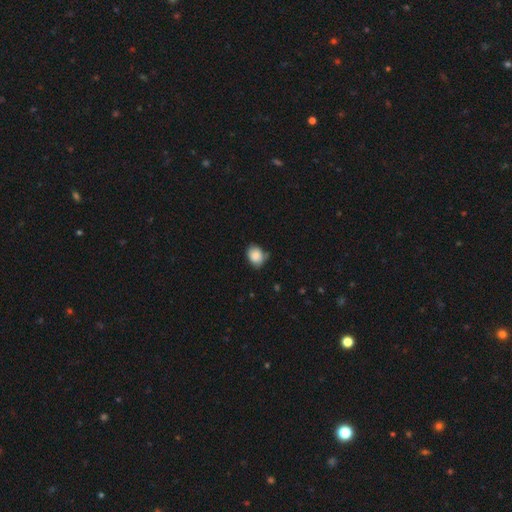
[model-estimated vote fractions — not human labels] smooth 85%, star or artifact 8%, featured or disk 7%. Down the decision tree: how rounded — in between (57%); merging — none (64%).